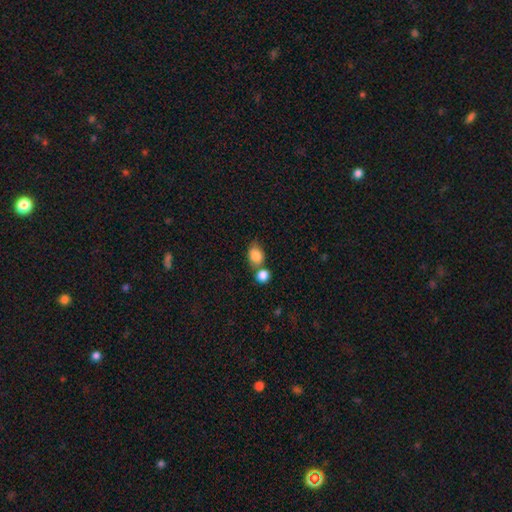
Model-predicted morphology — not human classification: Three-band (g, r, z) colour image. It shows a smooth galaxy with no disk features (85%) that is in between round and cigar-shaped (62%). Merging: none (45%).